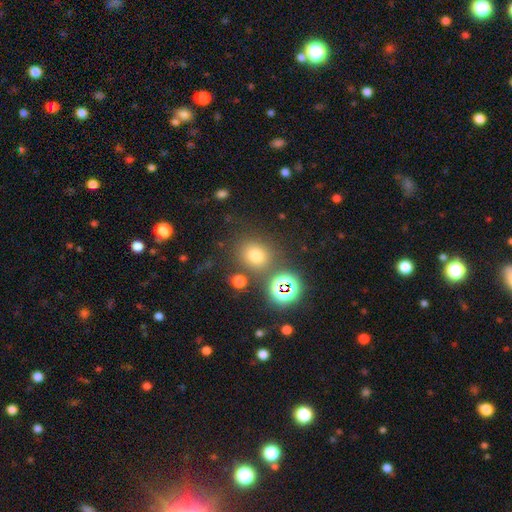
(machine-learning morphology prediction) Smooth or featured?
  - smooth: 66% *
  - star or artifact: 25%
  - featured or disk: 9%
How rounded?
  - round: 72% *
  - in between: 27%
  - cigar-shaped: 1%
Merging?
  - none: 75% *
  - minor disturbance: 11%
  - merger: 10%
  - major disturbance: 5%